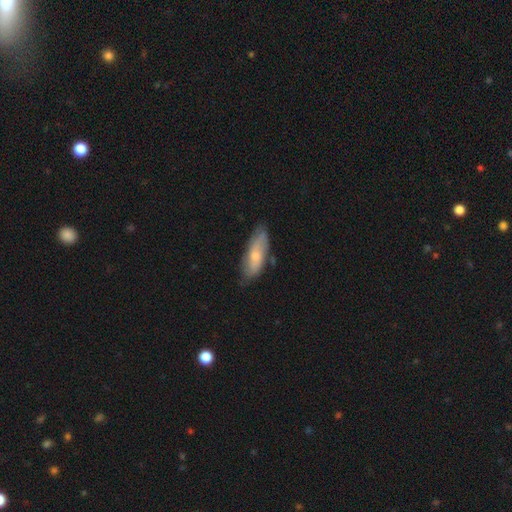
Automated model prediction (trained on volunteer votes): This appears to be a smooth galaxy with no disk features (58%) that is in between round and cigar-shaped (64%). Merging: none (66%).